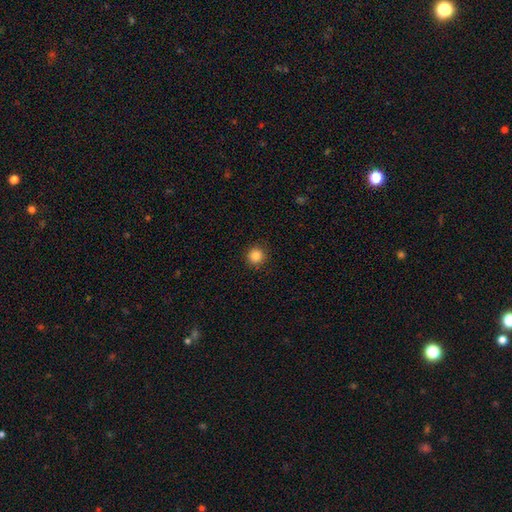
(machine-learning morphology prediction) Smooth or featured? Predicted: smooth (p=0.86). How rounded? Predicted: round (p=0.94). Merging? Predicted: none (p=0.91).